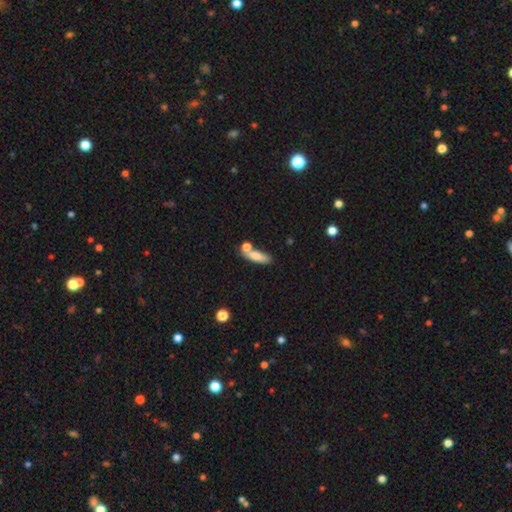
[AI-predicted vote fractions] Morphology: type=smooth (76%); roundness=in between (53%); merging=none (52%).